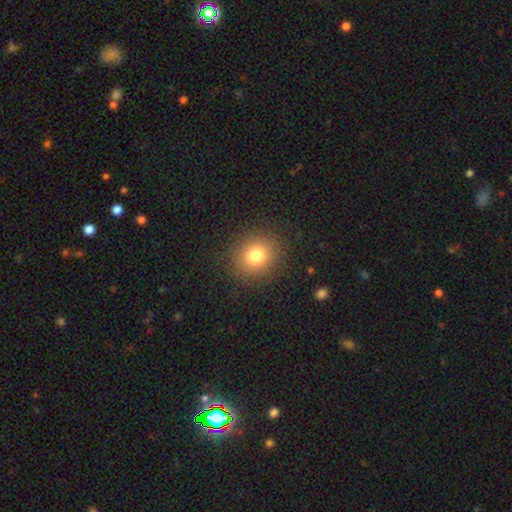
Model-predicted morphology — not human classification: A smooth galaxy with no disk features (78%) that is round (80%). Merging: none (89%).